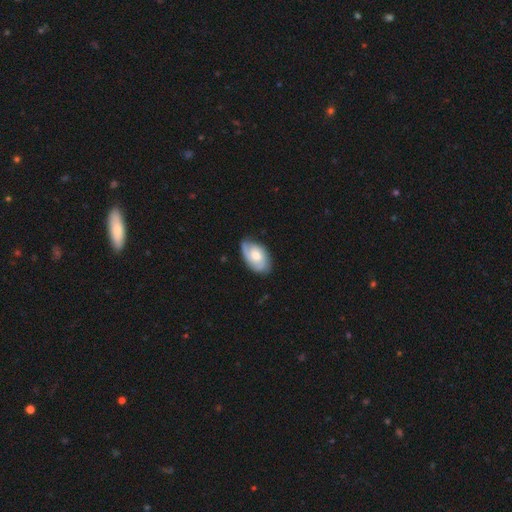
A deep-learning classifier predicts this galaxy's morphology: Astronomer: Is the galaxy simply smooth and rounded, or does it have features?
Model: featured or disk — 60%.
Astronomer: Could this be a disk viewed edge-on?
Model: no — 94%.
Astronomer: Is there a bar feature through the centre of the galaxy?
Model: no — 73%.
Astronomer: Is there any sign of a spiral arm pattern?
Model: yes — 87%.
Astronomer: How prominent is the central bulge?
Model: moderate — 66%.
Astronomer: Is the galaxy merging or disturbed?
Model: none — 67%.